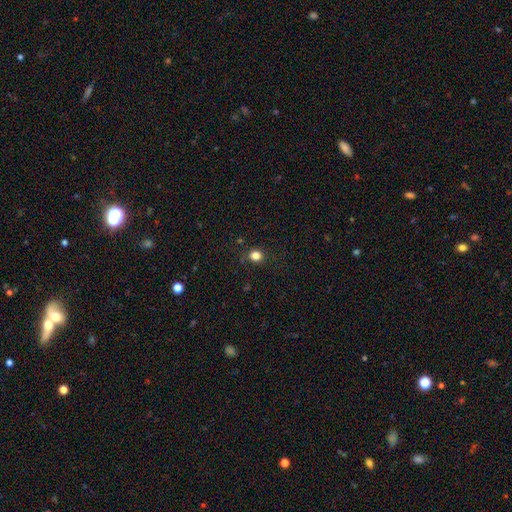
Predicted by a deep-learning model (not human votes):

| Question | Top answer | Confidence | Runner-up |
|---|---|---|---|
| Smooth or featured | smooth | 81% | star or artifact (15%) |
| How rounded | round | 83% | in between (16%) |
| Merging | none | 87% | minor disturbance (9%) |